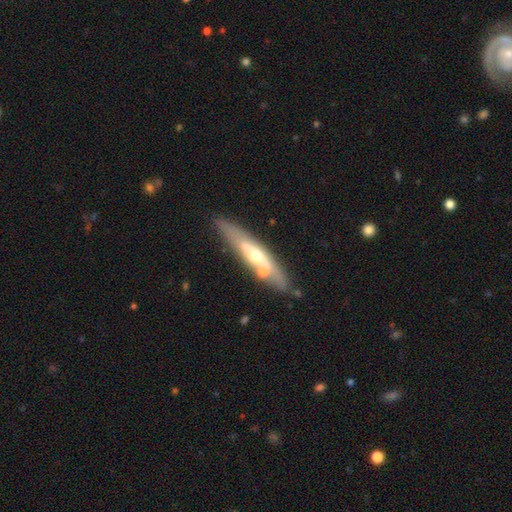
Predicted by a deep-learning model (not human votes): Q: Smooth or featured?
A: featured or disk (61%); runner-up: smooth (32%)
Q: Edge-on disk?
A: yes (66%); runner-up: no (34%)
Q: Merging?
A: none (71%); runner-up: minor disturbance (14%)